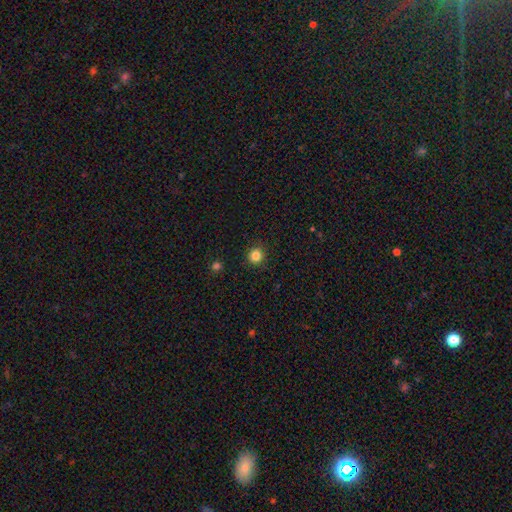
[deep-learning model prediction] smooth_or_featured: smooth (p=0.84) [alt: star or artifact p=0.12]
how_rounded: round (p=0.94) [alt: in between p=0.05]
merging: none (p=0.92) [alt: minor disturbance p=0.05]